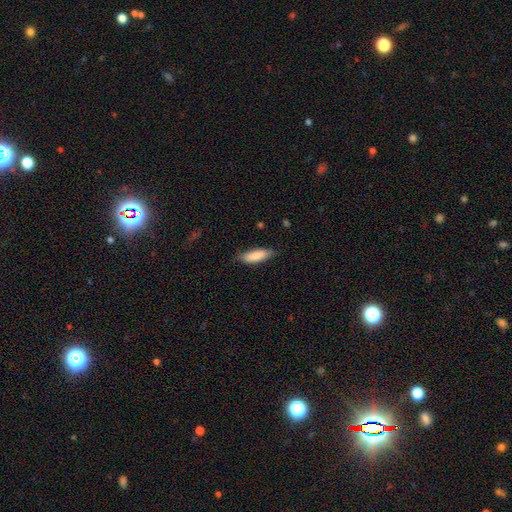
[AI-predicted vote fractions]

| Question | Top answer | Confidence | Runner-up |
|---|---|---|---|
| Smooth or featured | smooth | 85% | featured or disk (10%) |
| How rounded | in between | 50% | cigar-shaped (48%) |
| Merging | none | 78% | minor disturbance (18%) |